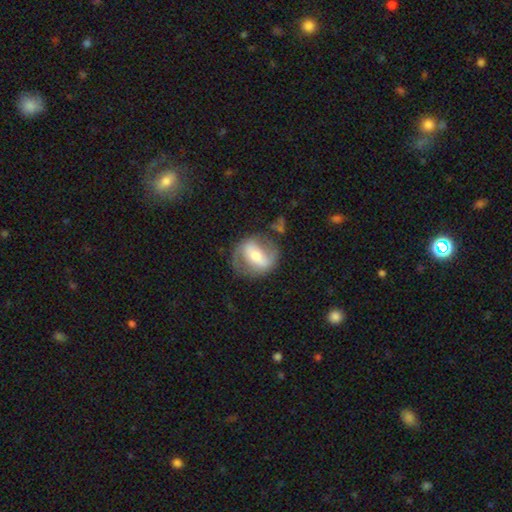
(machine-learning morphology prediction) A featured or disk galaxy (66%) with a strong bar (53%), spiral arms (69%) and a moderate central bulge (58%). Merging: none (68%).